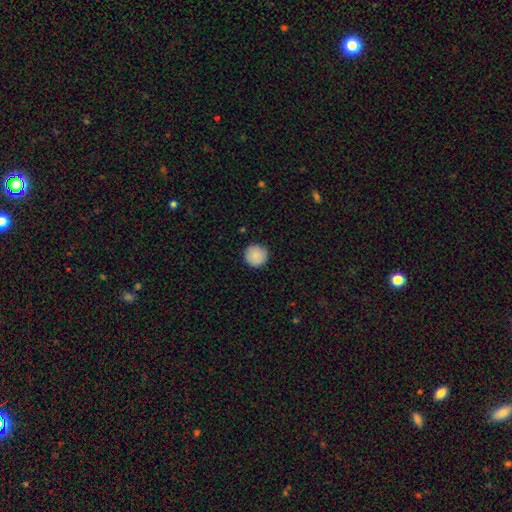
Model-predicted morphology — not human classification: Smooth or featured? smooth (88%)
How rounded? round (96%)
Merging? none (91%)